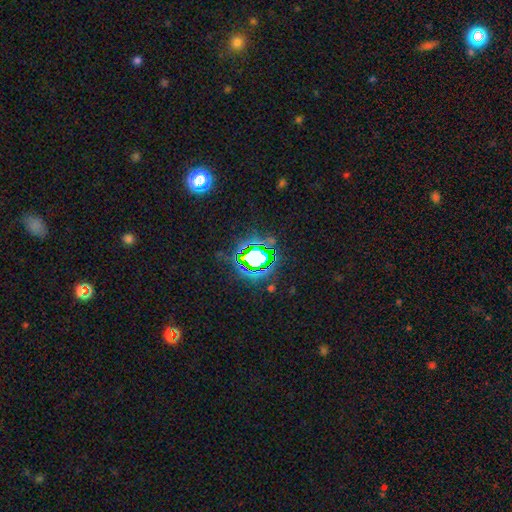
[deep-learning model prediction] star or artifact 71%, smooth 18%, featured or disk 12%.